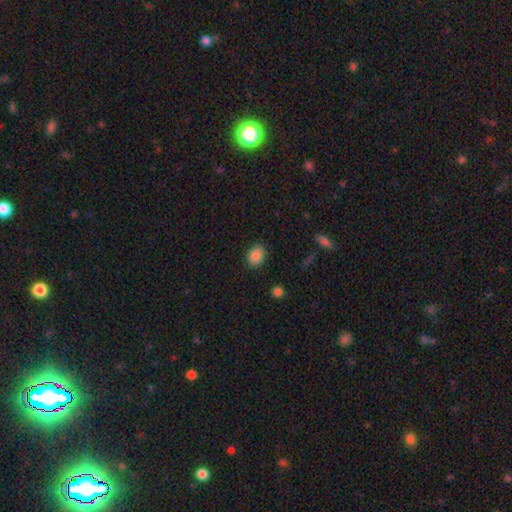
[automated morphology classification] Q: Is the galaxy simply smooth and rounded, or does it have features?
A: smooth — 86%.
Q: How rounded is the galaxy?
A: in between — 69%.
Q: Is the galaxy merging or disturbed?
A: none — 87%.